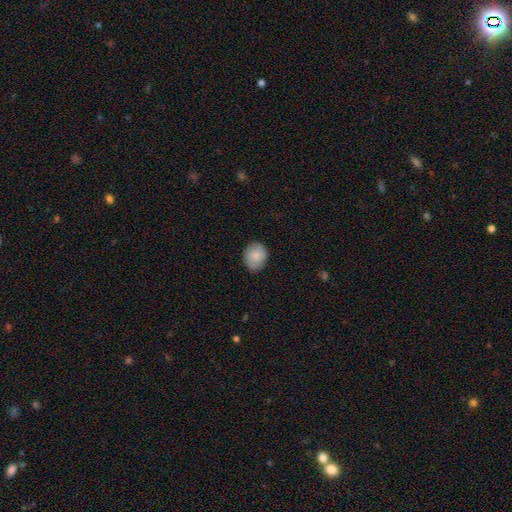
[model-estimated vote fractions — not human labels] Smooth or featured? Predicted: smooth (p=0.83). How rounded? Predicted: round (p=0.62). Merging? Predicted: none (p=0.84).